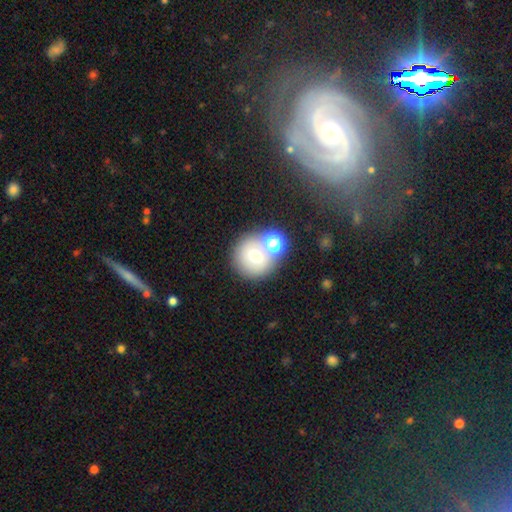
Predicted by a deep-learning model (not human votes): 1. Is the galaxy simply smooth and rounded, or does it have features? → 64% smooth, 22% featured or disk, 14% star or artifact.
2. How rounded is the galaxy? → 87% round, 12% in between, 1% cigar-shaped.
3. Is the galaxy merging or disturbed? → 55% none, 30% merger, 11% minor disturbance, 5% major disturbance.